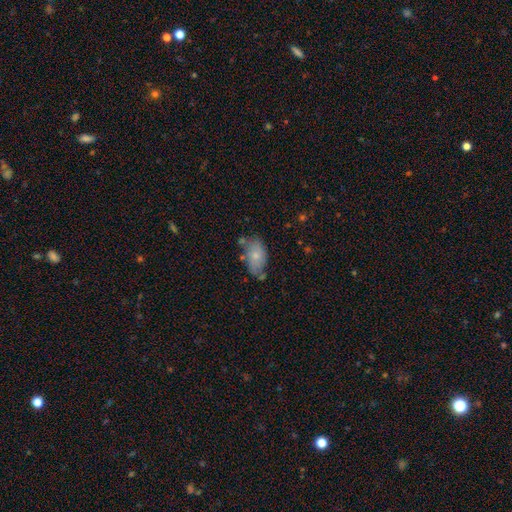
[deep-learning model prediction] The model was most divided on "merging": none: 55%, minor disturbance: 26%, merger: 11%, major disturbance: 8%. More confident: how rounded — in between (90%); smooth or featured — smooth (69%).